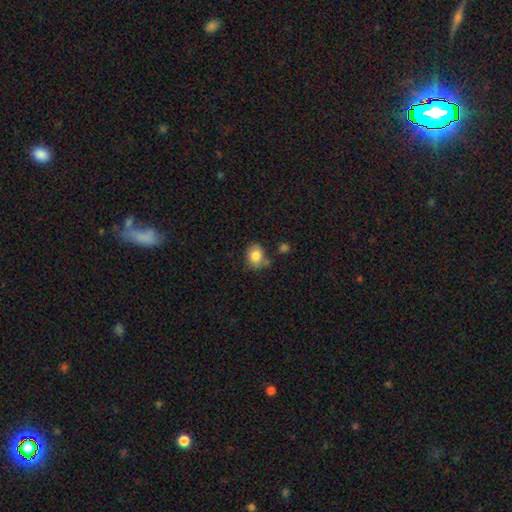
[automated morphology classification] type=smooth (83%); roundness=round (54%); merging=none (63%).